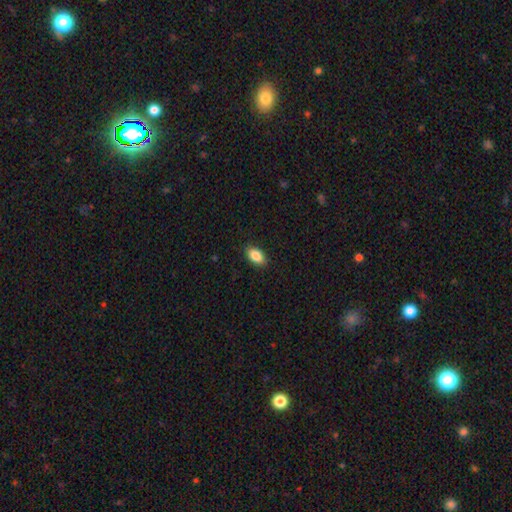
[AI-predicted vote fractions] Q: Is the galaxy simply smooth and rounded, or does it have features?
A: smooth — 87%.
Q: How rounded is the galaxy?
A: in between — 91%.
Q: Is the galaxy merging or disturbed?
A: none — 88%.